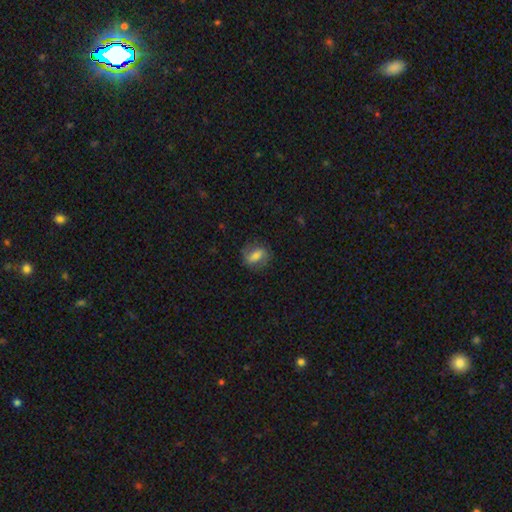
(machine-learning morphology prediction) smooth-or-featured: smooth: 54% | featured or disk: 38% | star or artifact: 8%
  how-rounded: in between: 68% | round: 28% | cigar-shaped: 4%
  merging: none: 74% | minor disturbance: 17% | major disturbance: 8% | merger: 1%